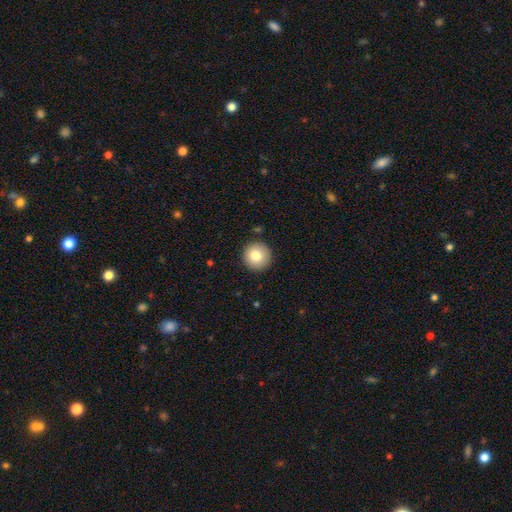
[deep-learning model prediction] Q: Smooth or featured?
A: smooth (81%); runner-up: featured or disk (10%)
Q: How rounded?
A: round (96%); runner-up: in between (3%)
Q: Merging?
A: none (91%); runner-up: minor disturbance (6%)